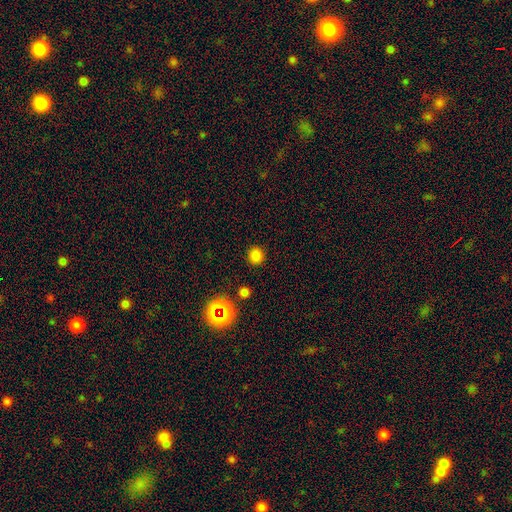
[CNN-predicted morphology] Q: Smooth or featured?
A: smooth (79%); runner-up: star or artifact (16%)
Q: How rounded?
A: round (91%); runner-up: in between (8%)
Q: Merging?
A: none (90%); runner-up: minor disturbance (6%)